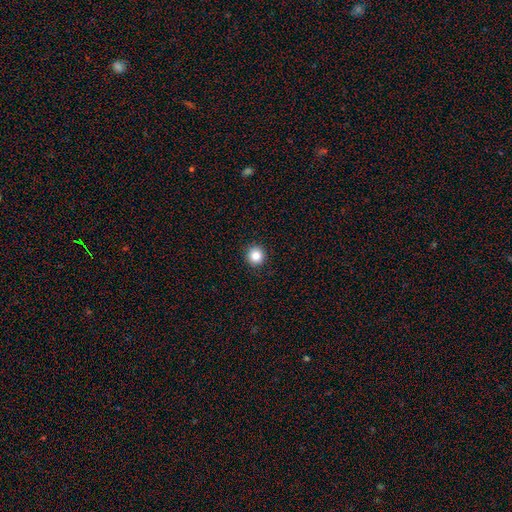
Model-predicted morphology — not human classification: A smooth galaxy with no disk features (84%) that is round (94%). Merging: none (92%).